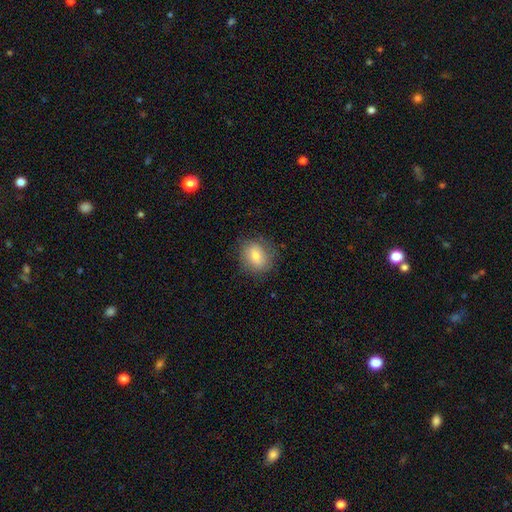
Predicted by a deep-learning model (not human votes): smooth_or_featured: smooth (p=0.74) [alt: featured or disk p=0.17]
how_rounded: round (p=0.62) [alt: in between p=0.36]
merging: none (p=0.81) [alt: minor disturbance p=0.14]